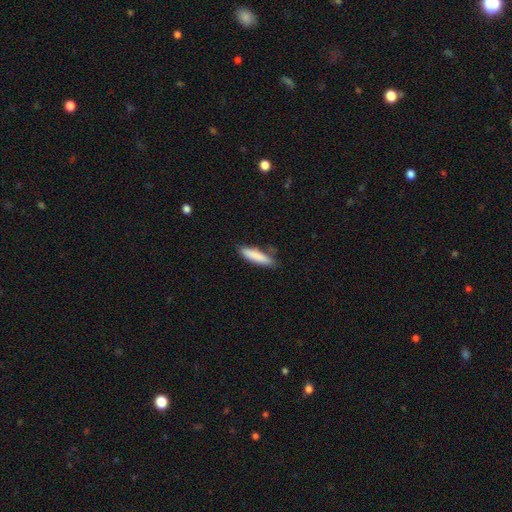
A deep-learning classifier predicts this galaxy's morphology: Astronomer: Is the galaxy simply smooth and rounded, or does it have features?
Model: smooth — 86%.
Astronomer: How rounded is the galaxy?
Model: cigar-shaped — 73%.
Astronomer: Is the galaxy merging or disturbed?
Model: none — 76%.